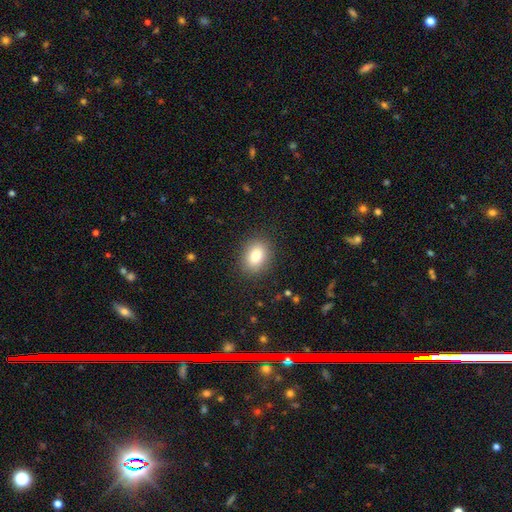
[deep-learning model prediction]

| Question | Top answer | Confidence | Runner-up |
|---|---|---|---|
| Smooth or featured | smooth | 85% | star or artifact (8%) |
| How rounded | in between | 70% | round (29%) |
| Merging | none | 86% | minor disturbance (9%) |